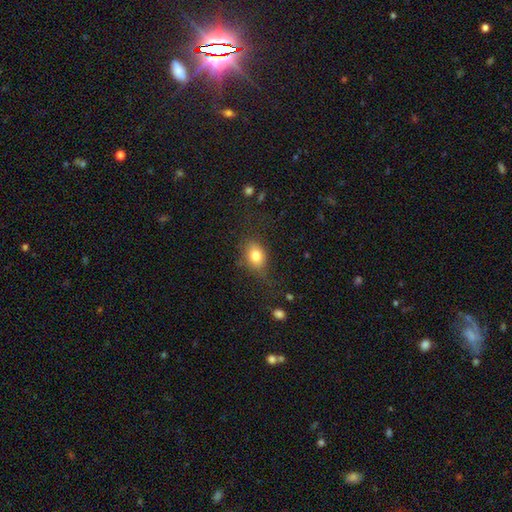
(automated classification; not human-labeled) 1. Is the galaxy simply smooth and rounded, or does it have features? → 79% smooth, 11% featured or disk, 10% star or artifact.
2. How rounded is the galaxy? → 69% in between, 30% round, 2% cigar-shaped.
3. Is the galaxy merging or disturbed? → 67% none, 20% minor disturbance, 11% major disturbance, 2% merger.